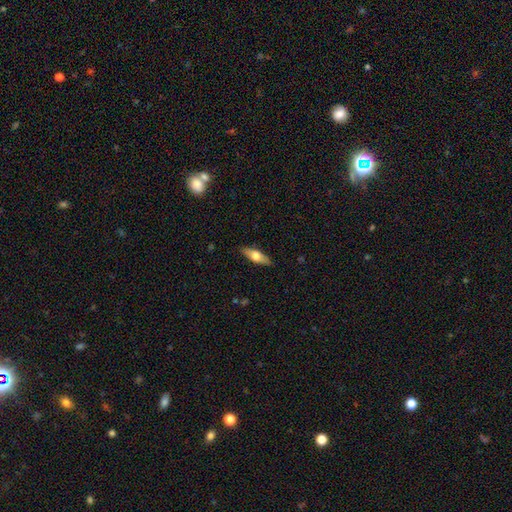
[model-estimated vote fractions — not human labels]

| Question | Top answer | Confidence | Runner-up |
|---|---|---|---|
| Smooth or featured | smooth | 55% | featured or disk (39%) |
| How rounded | in between | 53% | cigar-shaped (44%) |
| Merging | none | 88% | minor disturbance (9%) |